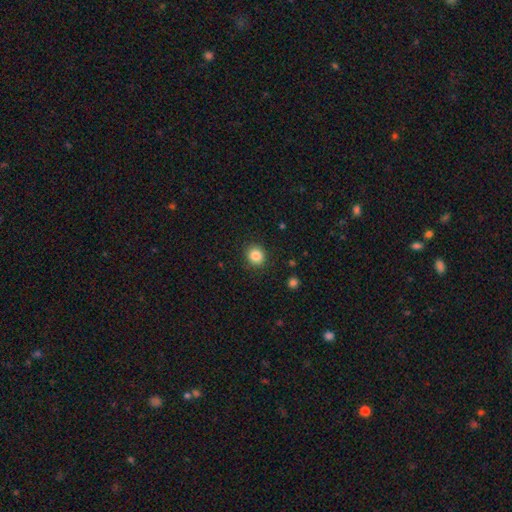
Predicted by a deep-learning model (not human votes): A smooth galaxy with no disk features (85%) that is round (81%). Merging: none (90%).